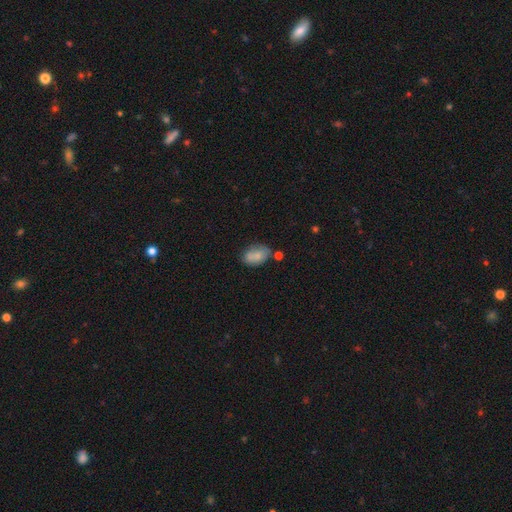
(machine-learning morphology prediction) A smooth galaxy with no disk features (78%) that is in between round and cigar-shaped (89%). Merging: none (58%).